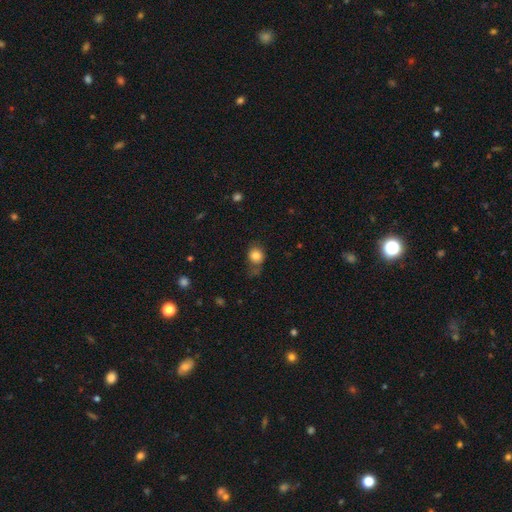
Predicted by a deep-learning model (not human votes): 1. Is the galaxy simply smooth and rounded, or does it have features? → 82% smooth, 10% star or artifact, 8% featured or disk.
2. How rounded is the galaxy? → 72% round, 27% in between, 1% cigar-shaped.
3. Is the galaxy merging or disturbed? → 52% none, 26% minor disturbance, 15% major disturbance, 8% merger.